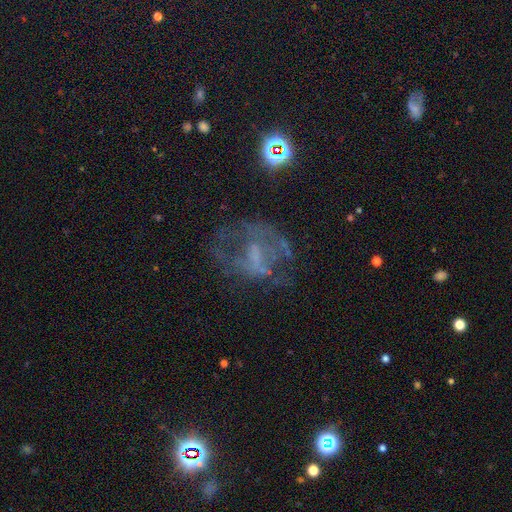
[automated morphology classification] Q: Smooth or featured?
A: featured or disk (61%); runner-up: star or artifact (22%)
Q: Edge-on disk?
A: no (97%); runner-up: yes (3%)
Q: Bar?
A: no (58%); runner-up: weak (30%)
Q: Spiral arms?
A: no (61%); runner-up: yes (39%)
Q: Bulge size?
A: none (58%); runner-up: small (22%)
Q: Merging?
A: none (51%); runner-up: major disturbance (29%)